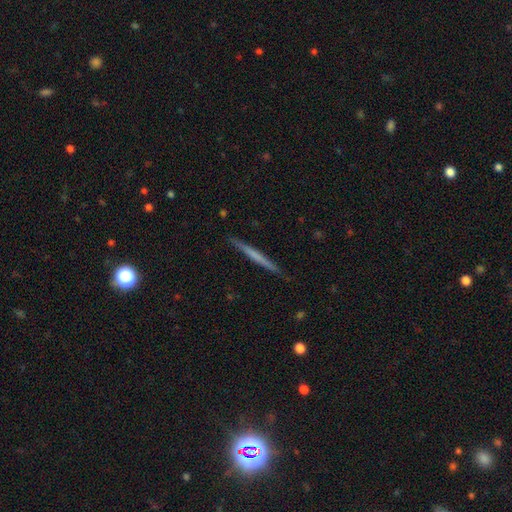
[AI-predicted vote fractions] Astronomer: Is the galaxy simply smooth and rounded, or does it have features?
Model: featured or disk — 48% (runner-up: smooth, 47%).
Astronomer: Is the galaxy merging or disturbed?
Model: none — 90%.